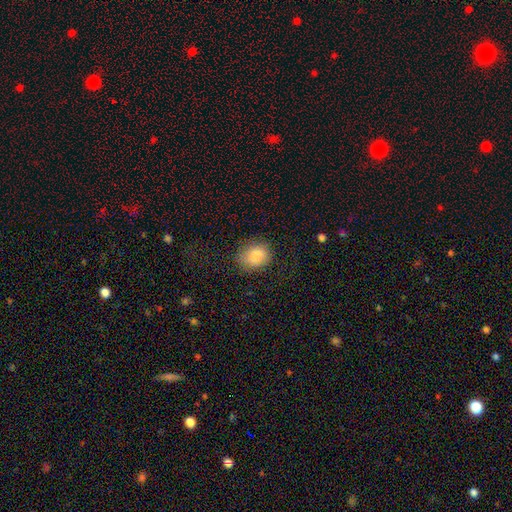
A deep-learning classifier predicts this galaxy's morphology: A smooth galaxy with no disk features (83%) that is in between round and cigar-shaped (57%).

Vote fractions:
- Smooth or featured? smooth: 83% / featured or disk: 9% / star or artifact: 8%
- How rounded? in between: 57% / round: 42% / cigar-shaped: 1%
- Merging? none: 73% / minor disturbance: 19% / major disturbance: 7% / merger: 2%